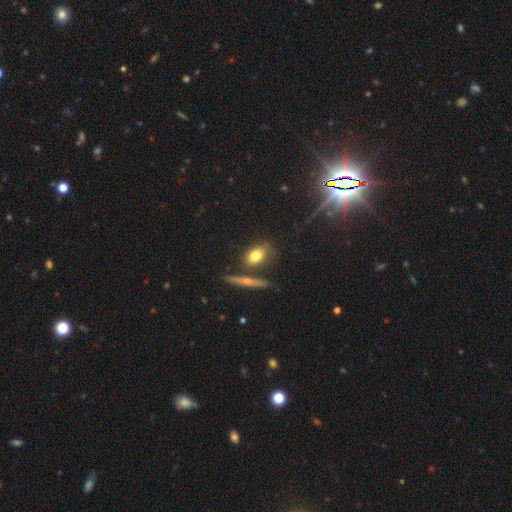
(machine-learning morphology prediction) smooth_or_featured: smooth (p=0.75) [alt: featured or disk p=0.16]
how_rounded: in between (p=0.65) [alt: round p=0.26]
merging: none (p=0.70) [alt: minor disturbance p=0.13]